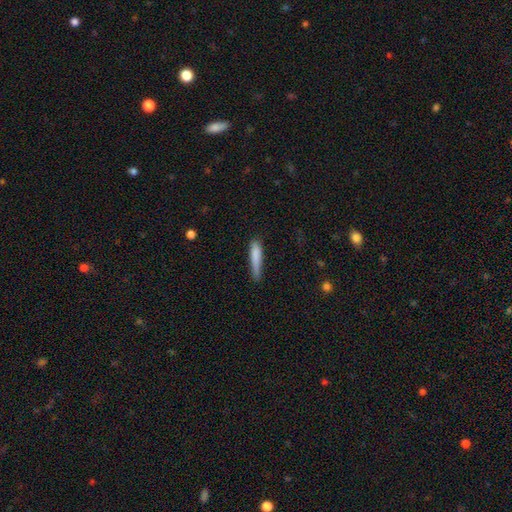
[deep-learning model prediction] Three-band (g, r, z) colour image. It shows a smooth galaxy with no disk features (81%) that is cigar-shaped (88%). Merging: none (62%).